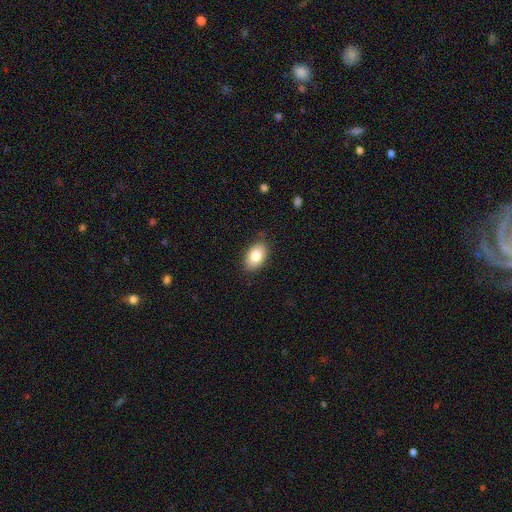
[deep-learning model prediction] A smooth galaxy with no disk features (82%) that is in between round and cigar-shaped (88%).

Vote fractions:
- Smooth or featured? smooth: 82% / featured or disk: 11% / star or artifact: 7%
- How rounded? in between: 88% / round: 10% / cigar-shaped: 1%
- Merging? none: 85% / minor disturbance: 12% / major disturbance: 2% / merger: 1%